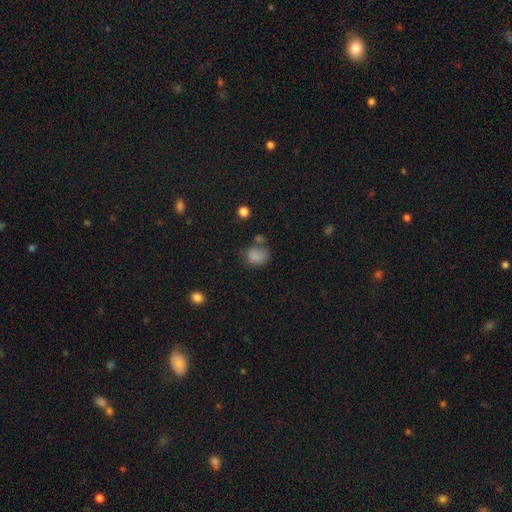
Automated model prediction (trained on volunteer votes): A smooth galaxy with no disk features (79%) that is in between round and cigar-shaped (53%). Merging: none (49%).